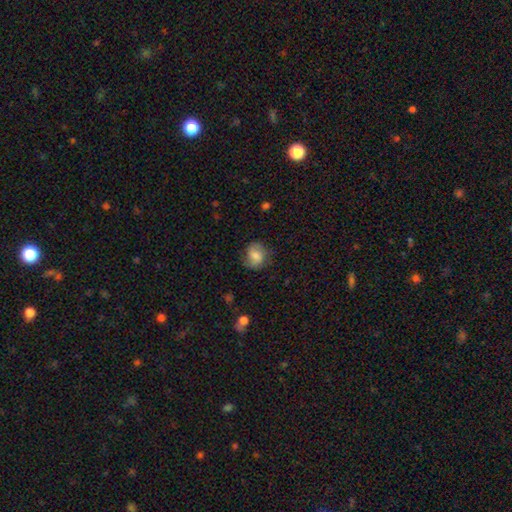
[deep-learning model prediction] A smooth galaxy with no disk features (68%) that is round (67%).

Vote fractions:
- Smooth or featured? smooth: 68% / featured or disk: 24% / star or artifact: 8%
- How rounded? round: 67% / in between: 31% / cigar-shaped: 1%
- Merging? none: 69% / minor disturbance: 22% / major disturbance: 8% / merger: 1%